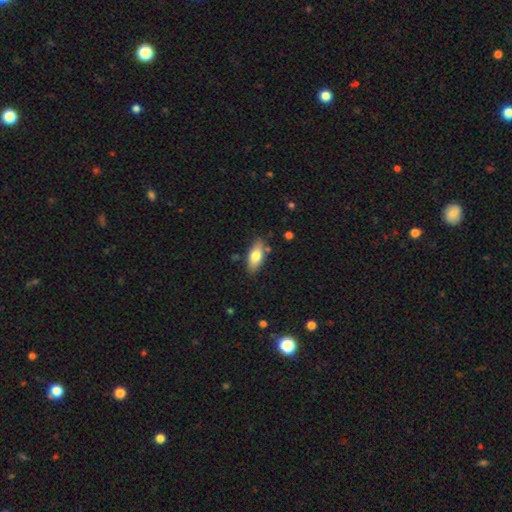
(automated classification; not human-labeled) Smooth or featured? Predicted: smooth (p=0.75). How rounded? Predicted: in between (p=0.82). Merging? Predicted: none (p=0.81).